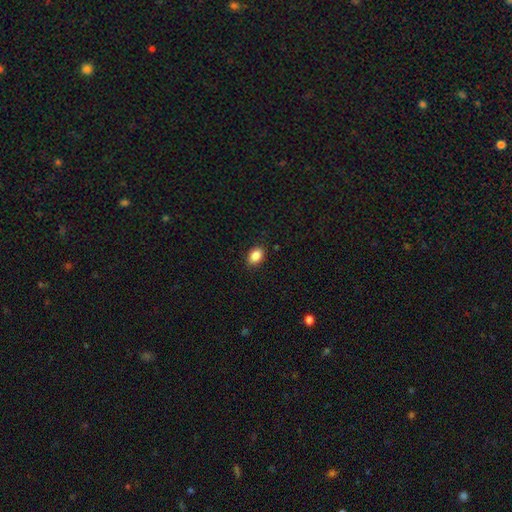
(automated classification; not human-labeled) A smooth galaxy with no disk features (87%) that is in between round and cigar-shaped (80%). Merging: none (88%).